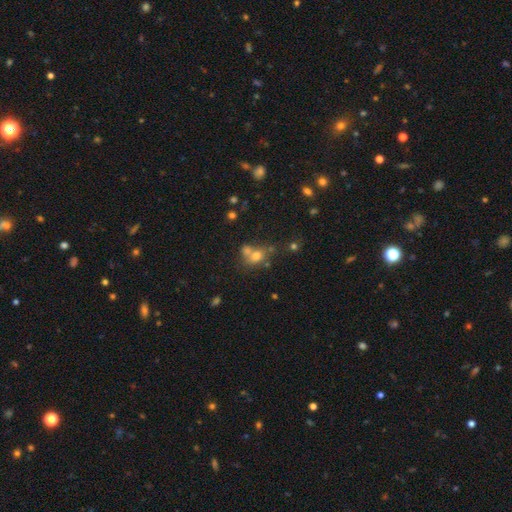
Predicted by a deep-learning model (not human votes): Morphology: type=smooth (64%); roundness=round (64%); merging=merger (46%).